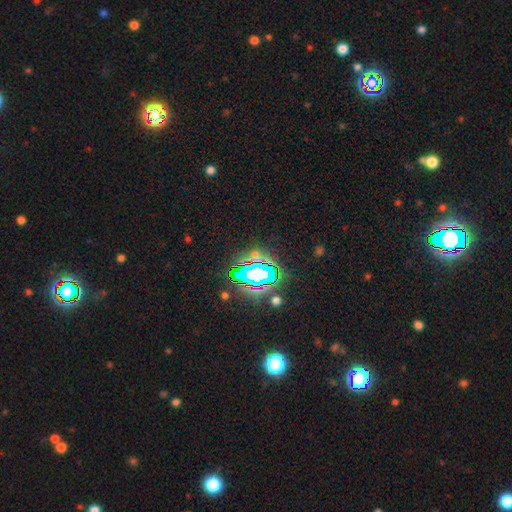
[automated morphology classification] Smooth or featured? Predicted: star or artifact (p=0.68).